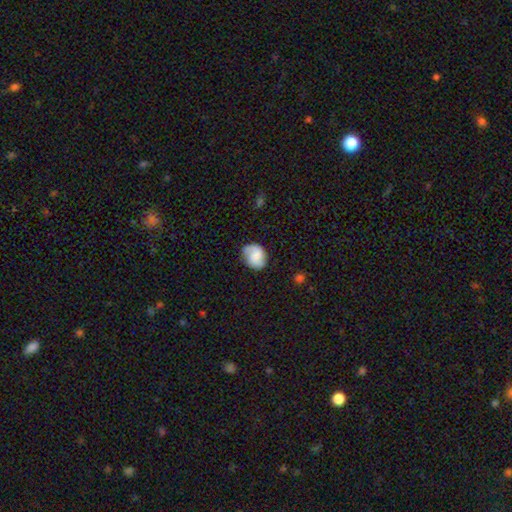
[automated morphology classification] Smooth or featured?
  - smooth: 48% *
  - featured or disk: 44%
  - star or artifact: 8%
Merging?
  - none: 72% *
  - minor disturbance: 20%
  - major disturbance: 6%
  - merger: 2%